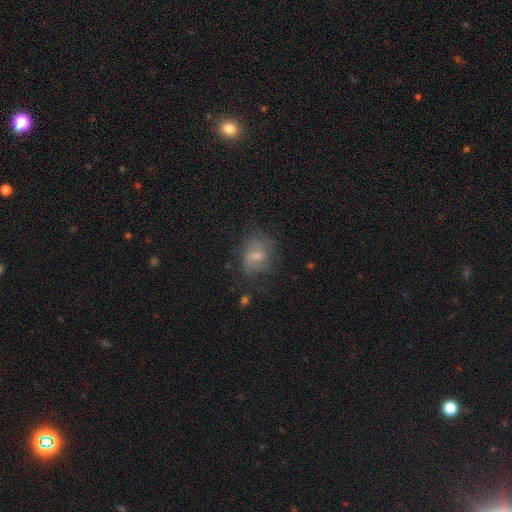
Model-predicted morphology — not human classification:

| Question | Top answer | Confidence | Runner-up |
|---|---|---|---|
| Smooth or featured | featured or disk | 53% | smooth (35%) |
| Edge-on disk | no | 96% | yes (4%) |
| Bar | weak | 51% | no (32%) |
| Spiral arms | yes | 63% | no (37%) |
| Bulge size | small | 41% | moderate (32%) |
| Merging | none | 49% | minor disturbance (25%) |